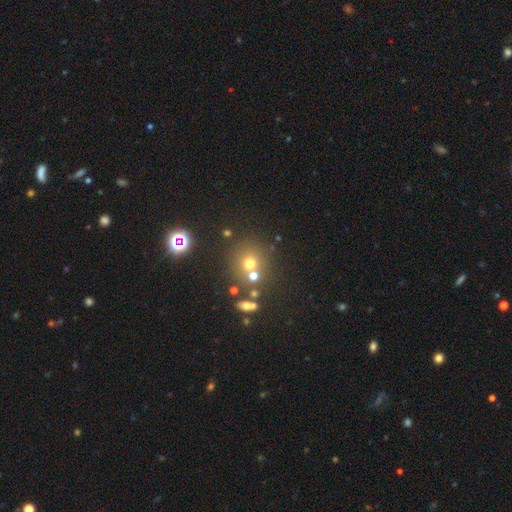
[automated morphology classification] smooth-or-featured: smooth: 46% | star or artifact: 43% | featured or disk: 11%
  merging: none: 71% | merger: 16% | minor disturbance: 9% | major disturbance: 4%